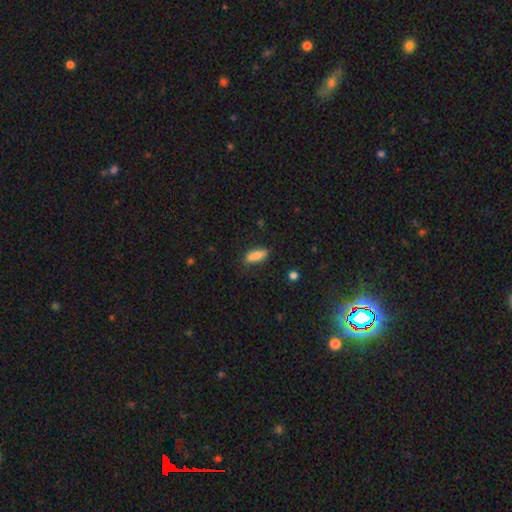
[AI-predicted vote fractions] Q: Smooth or featured?
A: smooth (86%); runner-up: featured or disk (7%)
Q: How rounded?
A: in between (56%); runner-up: cigar-shaped (42%)
Q: Merging?
A: none (83%); runner-up: minor disturbance (13%)